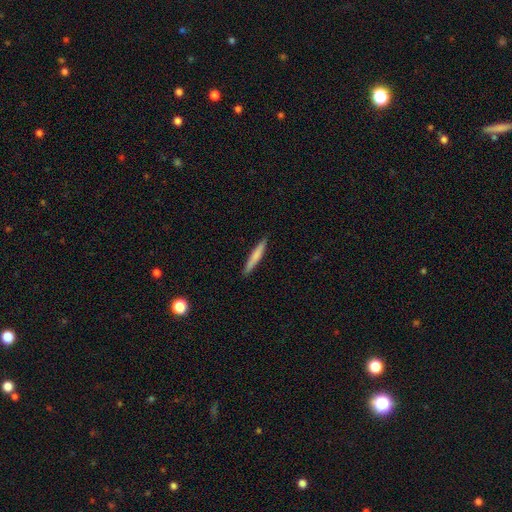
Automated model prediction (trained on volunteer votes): Q: Smooth or featured?
A: smooth (71%); runner-up: featured or disk (23%)
Q: How rounded?
A: cigar-shaped (95%); runner-up: in between (4%)
Q: Merging?
A: none (90%); runner-up: minor disturbance (7%)